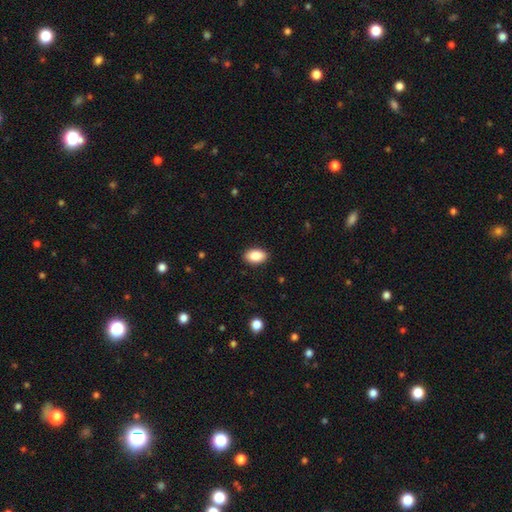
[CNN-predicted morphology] Overall: smooth (89%). How rounded: in between (93%). Merging: none (89%).